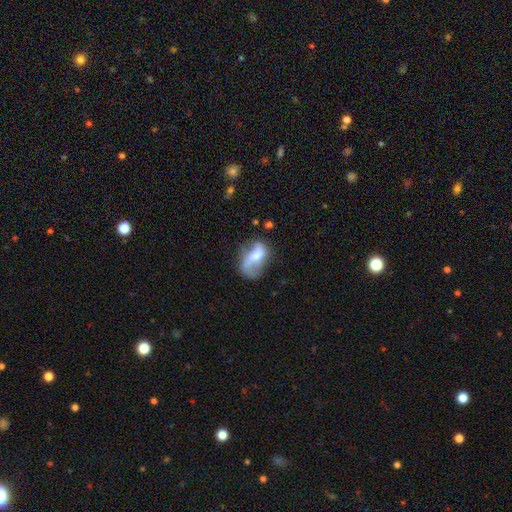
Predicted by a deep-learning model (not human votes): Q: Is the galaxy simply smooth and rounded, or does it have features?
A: featured or disk — 56%.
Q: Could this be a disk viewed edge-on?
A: no — 94%.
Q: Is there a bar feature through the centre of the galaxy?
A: no — 49%.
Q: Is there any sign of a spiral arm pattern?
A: yes — 67%.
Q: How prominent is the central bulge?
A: moderate — 46%.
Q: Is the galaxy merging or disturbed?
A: none — 43%.